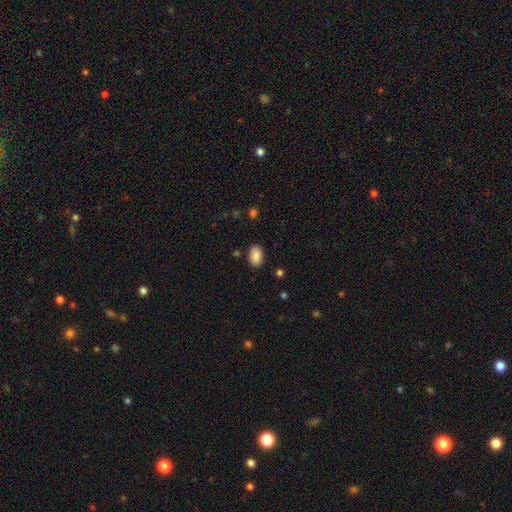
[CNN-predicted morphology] smooth 89%, star or artifact 7%, featured or disk 4%. Down the decision tree: how rounded — in between (93%); merging — none (87%).